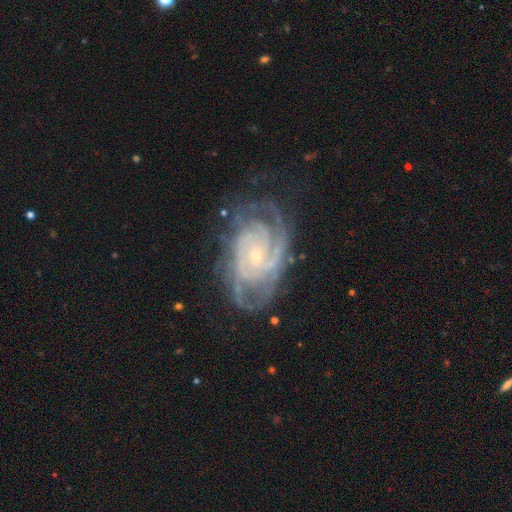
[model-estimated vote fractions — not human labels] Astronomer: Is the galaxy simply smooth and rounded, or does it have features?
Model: featured or disk — 90%.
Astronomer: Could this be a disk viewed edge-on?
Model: no — 97%.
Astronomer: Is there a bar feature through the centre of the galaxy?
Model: no — 69%.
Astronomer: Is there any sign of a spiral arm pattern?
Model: yes — 98%.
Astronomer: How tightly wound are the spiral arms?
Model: tight — 68%.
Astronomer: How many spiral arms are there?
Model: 3 — 24% (runner-up: 2, 23%).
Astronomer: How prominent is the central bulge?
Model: small — 82%.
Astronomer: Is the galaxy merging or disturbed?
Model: none — 66%.